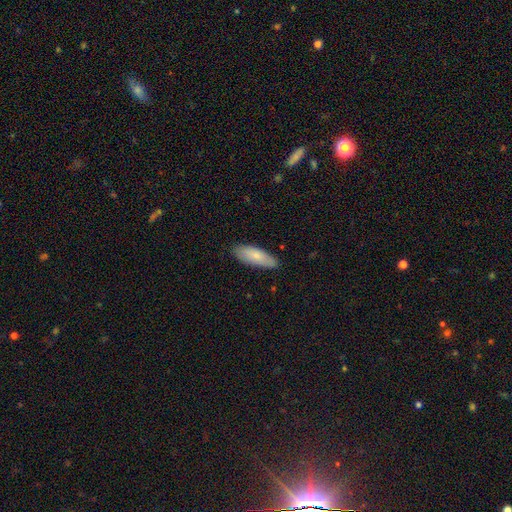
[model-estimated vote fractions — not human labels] Morphology: type=smooth (78%); roundness=in between (67%); merging=none (84%).